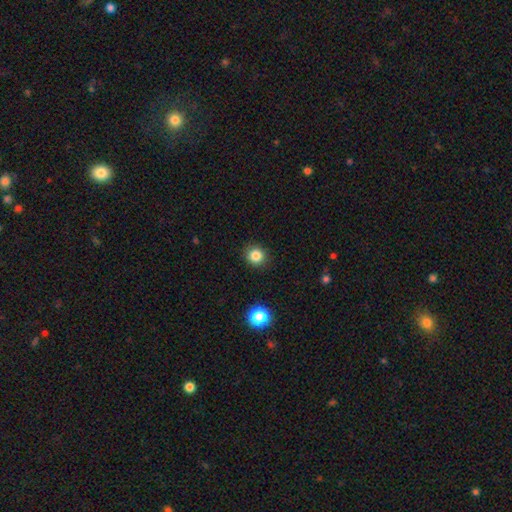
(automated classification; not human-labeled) smooth-or-featured: smooth: 83% | star or artifact: 13% | featured or disk: 4%
  how-rounded: round: 91% | in between: 8% | cigar-shaped: 1%
  merging: none: 90% | minor disturbance: 6% | major disturbance: 2% | merger: 1%